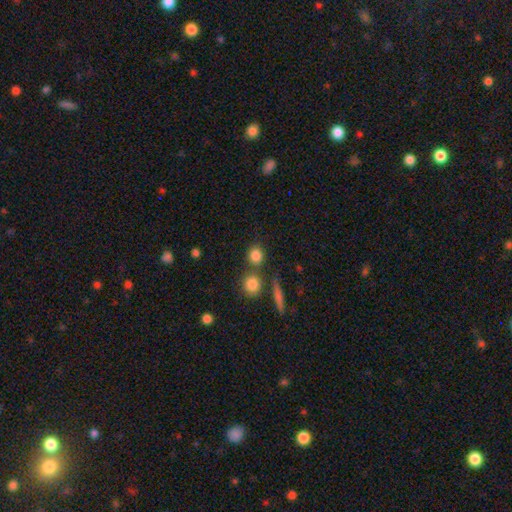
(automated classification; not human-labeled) smooth 83%, star or artifact 10%, featured or disk 7%. Down the decision tree: how rounded — round (78%); merging — none (68%).